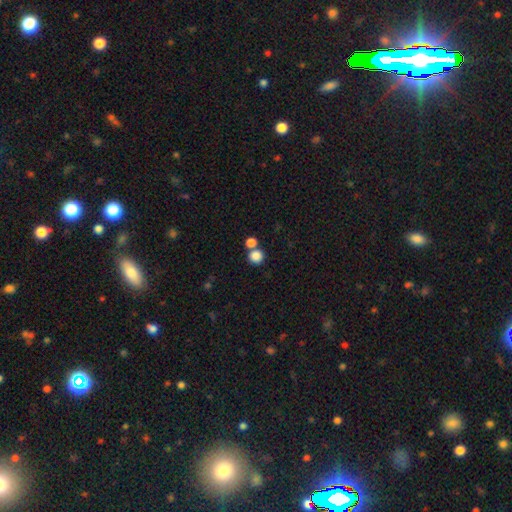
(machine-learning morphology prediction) smooth 84%, star or artifact 11%, featured or disk 5%. Down the decision tree: how rounded — round (88%); merging — none (58%).